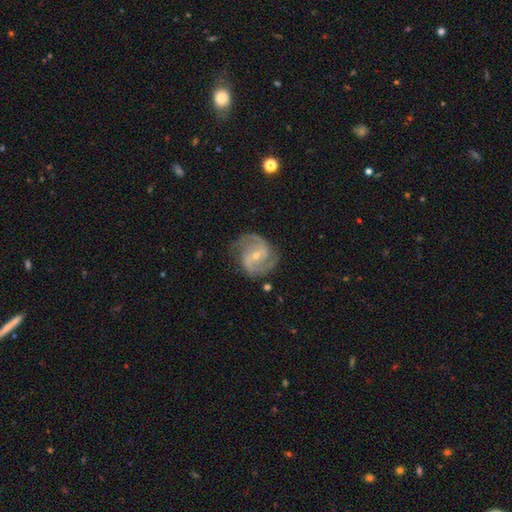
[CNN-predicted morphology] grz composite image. It shows a featured or disk galaxy (89%) with a weak bar (42%, tied with no), 2 (81%) medium (55%) spiral arms (97%) and a small central bulge (63%). Merging: none (76%).